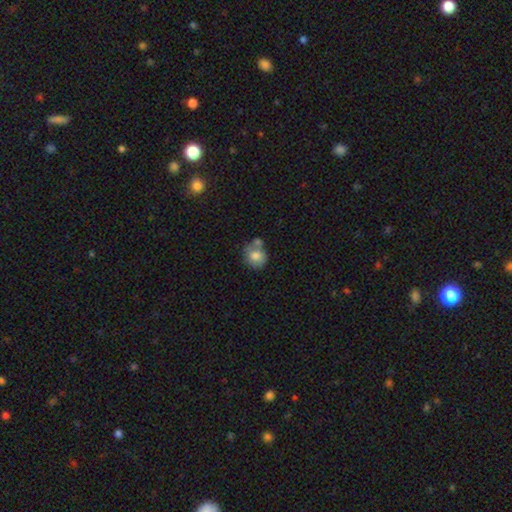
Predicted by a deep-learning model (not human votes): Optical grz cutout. It shows a smooth galaxy with no disk features (76%) that is round (77%). Merging: none (46%).